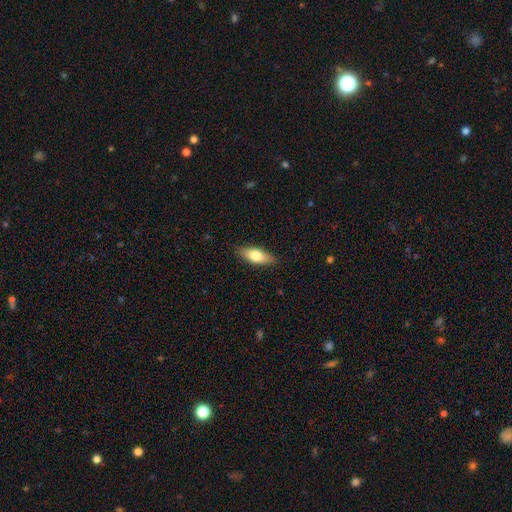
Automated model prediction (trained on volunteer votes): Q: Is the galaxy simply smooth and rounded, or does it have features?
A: smooth — 71%.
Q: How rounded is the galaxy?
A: in between — 72%.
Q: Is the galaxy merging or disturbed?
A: none — 86%.